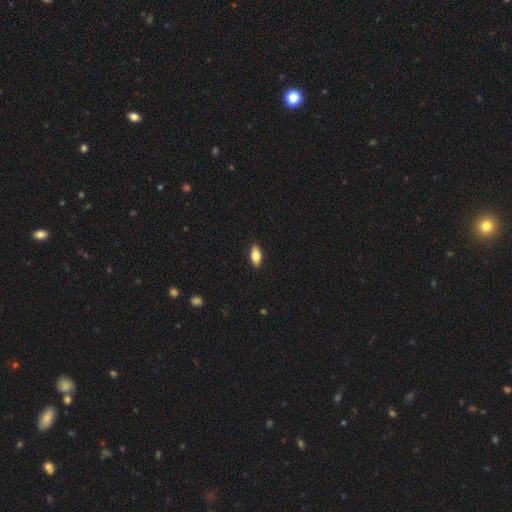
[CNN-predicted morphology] Smooth or featured?
  - smooth: 75% *
  - featured or disk: 18%
  - star or artifact: 7%
How rounded?
  - in between: 86% *
  - cigar-shaped: 11%
  - round: 3%
Merging?
  - none: 89% *
  - minor disturbance: 8%
  - major disturbance: 2%
  - merger: 1%